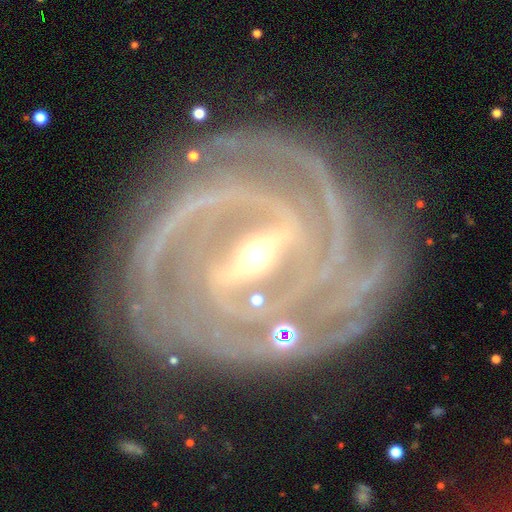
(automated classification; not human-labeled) smooth-or-featured: featured or disk: 91% | star or artifact: 6% | smooth: 3%
  disk-edge-on: no: 97% | yes: 3%
    bar: strong: 69% | weak: 24% | no: 7%
    has-spiral-arms: yes: 99% | no: 1%
      spiral-winding: tight: 78% | medium: 20% | loose: 3%
      spiral-arm-count: 3: 24% (tied) | 4: 24% (tied) | 2: 19% | can't tell: 13% | more than 4: 12% | 1: 7%
    bulge-size: small: 56% | moderate: 40% | large: 2% | none: 1% | dominant: 1%
  merging: none: 77% | minor disturbance: 15% | major disturbance: 6% | merger: 3%